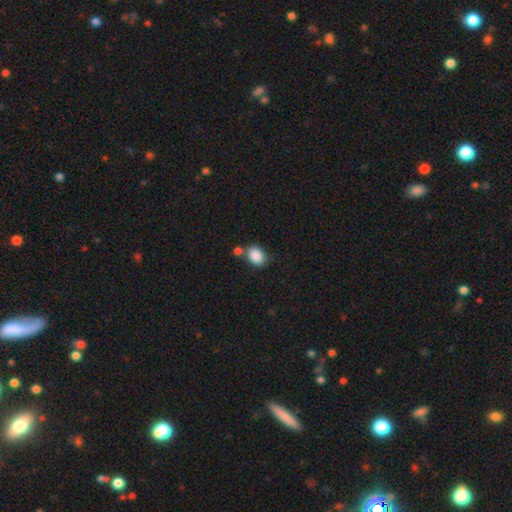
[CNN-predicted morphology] Smooth or featured?
  - smooth: 88% *
  - star or artifact: 8%
  - featured or disk: 4%
How rounded?
  - in between: 61% *
  - round: 38%
  - cigar-shaped: 1%
Merging?
  - none: 59% *
  - merger: 21%
  - minor disturbance: 15%
  - major disturbance: 5%